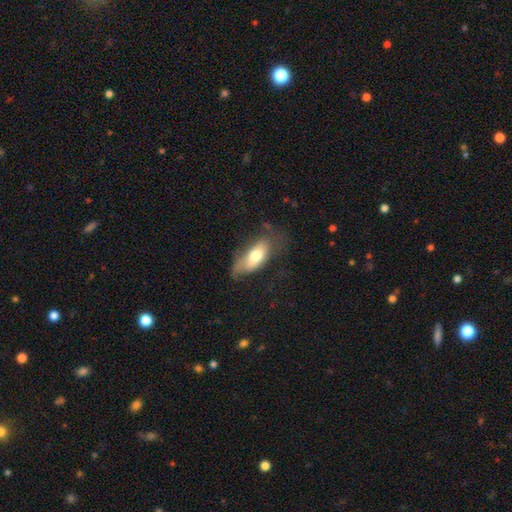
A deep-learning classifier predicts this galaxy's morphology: This appears to be a smooth galaxy with no disk features (68%) that is in between round and cigar-shaped (80%). Merging: none (43%).